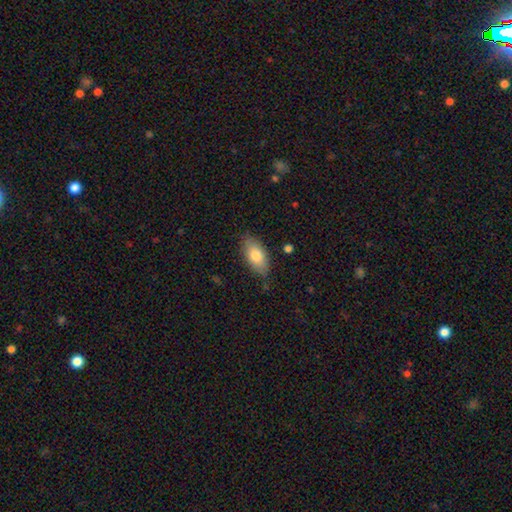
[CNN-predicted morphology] The model was most divided on "merging": none: 79%, minor disturbance: 16%, major disturbance: 3%, merger: 2%. More confident: how rounded — in between (90%); smooth or featured — smooth (78%).